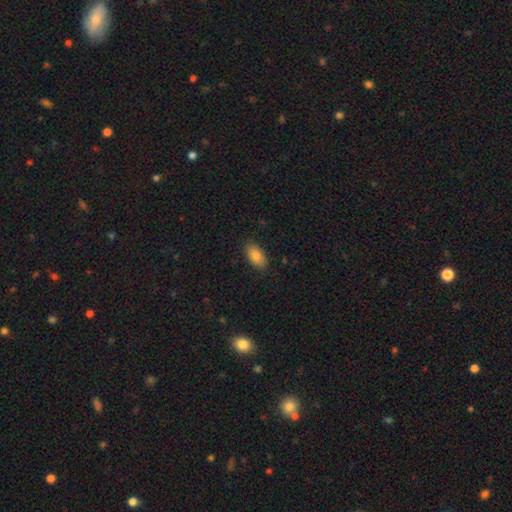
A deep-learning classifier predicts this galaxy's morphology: smooth 84%, featured or disk 8%, star or artifact 8%. Down the decision tree: how rounded — in between (92%); merging — none (86%).